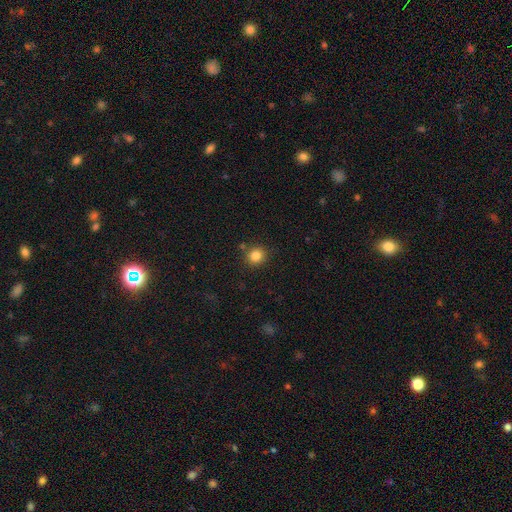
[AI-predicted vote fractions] Smooth or featured? Predicted: smooth (p=0.84). How rounded? Predicted: round (p=0.87). Merging? Predicted: none (p=0.84).